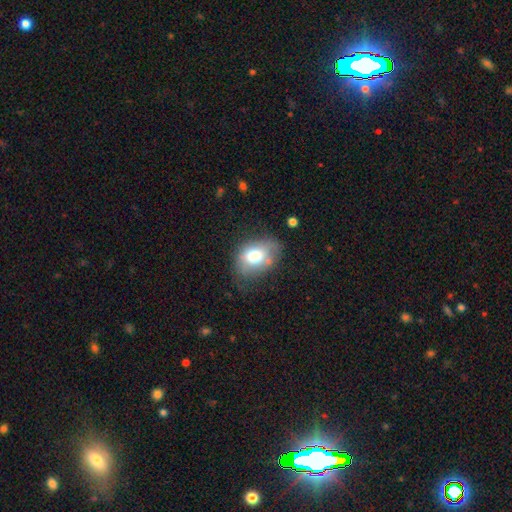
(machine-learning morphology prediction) Smooth or featured?
  - smooth: 71% *
  - featured or disk: 20%
  - star or artifact: 9%
How rounded?
  - in between: 76% *
  - round: 23%
  - cigar-shaped: 1%
Merging?
  - none: 53% *
  - minor disturbance: 30%
  - major disturbance: 12%
  - merger: 4%